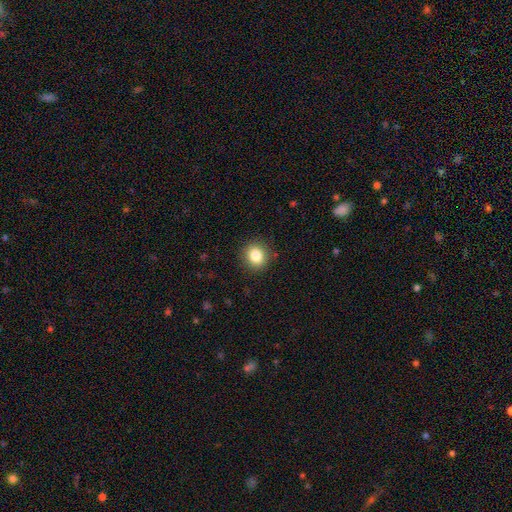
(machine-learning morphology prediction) Overall: smooth (84%). How rounded: round (79%). Merging: none (90%).